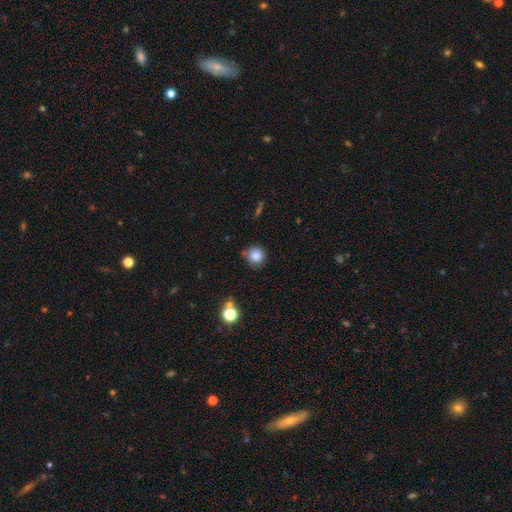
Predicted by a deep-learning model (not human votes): The model was most divided on "merging": none: 71%, minor disturbance: 20%, merger: 5%, major disturbance: 4%. More confident: how rounded — round (91%); smooth or featured — smooth (84%).